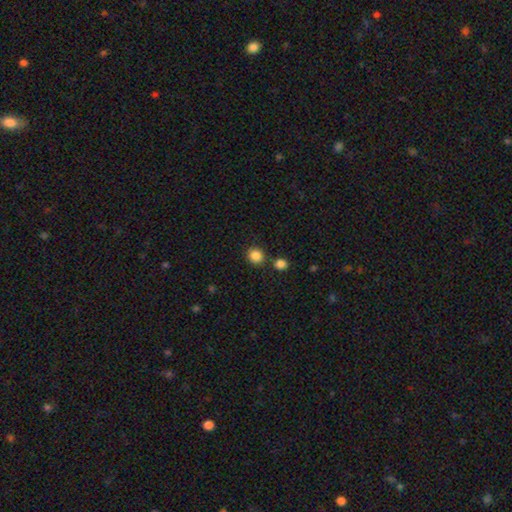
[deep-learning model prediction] This appears to be a smooth galaxy with no disk features (86%) that is round (84%). Merging: none (80%).